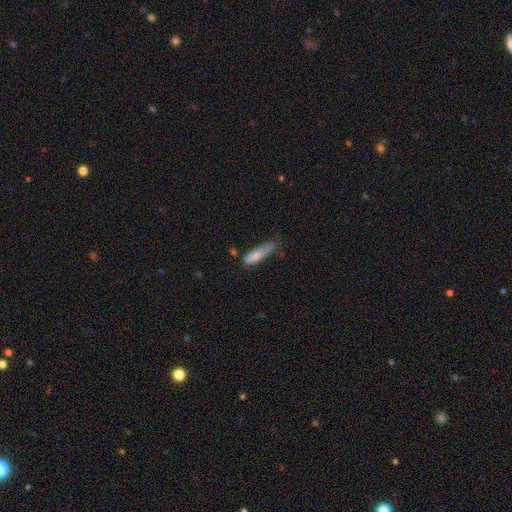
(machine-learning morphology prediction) type=smooth (79%); roundness=cigar-shaped (71%); merging=none (42%).